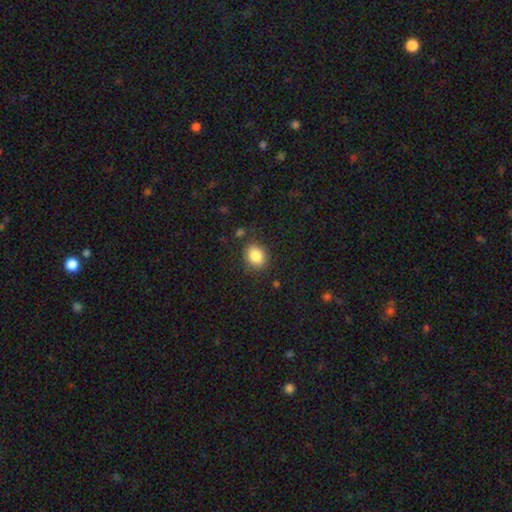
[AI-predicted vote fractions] The model was most divided on "how rounded": round: 60%, in between: 39%, cigar-shaped: 1%. More confident: smooth or featured — smooth (85%); merging — none (84%).